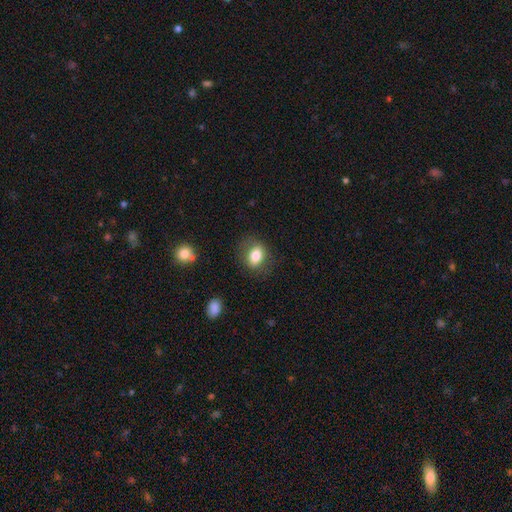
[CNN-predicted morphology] Smooth or featured? smooth (79%)
How rounded? in between (71%)
Merging? none (78%)